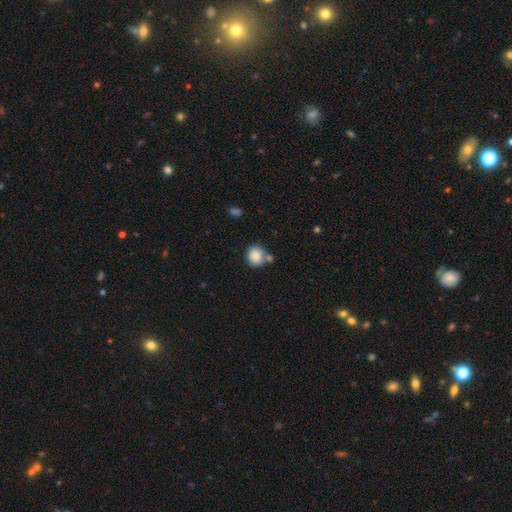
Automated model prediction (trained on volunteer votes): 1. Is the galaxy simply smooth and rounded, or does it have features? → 86% smooth, 8% star or artifact, 5% featured or disk.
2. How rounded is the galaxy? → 81% round, 18% in between, 1% cigar-shaped.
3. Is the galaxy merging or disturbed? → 59% none, 22% merger, 14% minor disturbance, 5% major disturbance.